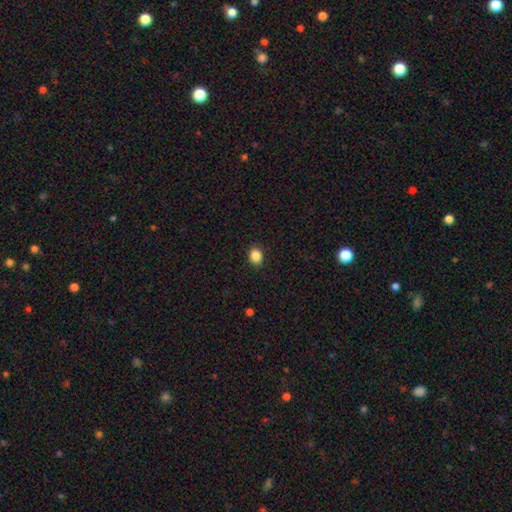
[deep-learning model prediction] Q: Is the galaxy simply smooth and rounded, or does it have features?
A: smooth — 87%.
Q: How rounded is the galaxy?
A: round — 50%.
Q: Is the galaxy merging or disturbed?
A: none — 89%.